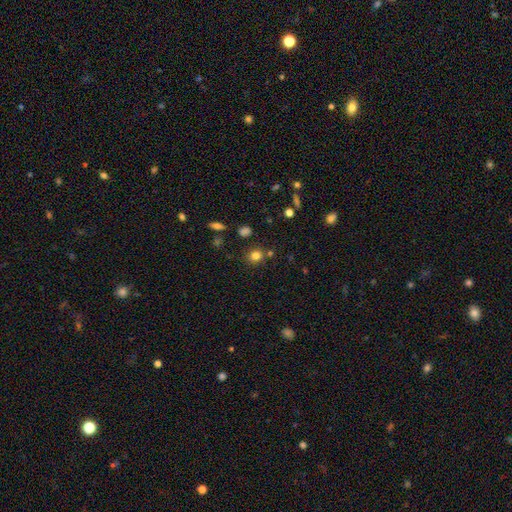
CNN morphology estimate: Smooth or featured? smooth (80%)
How rounded? round (79%)
Merging? none (80%)